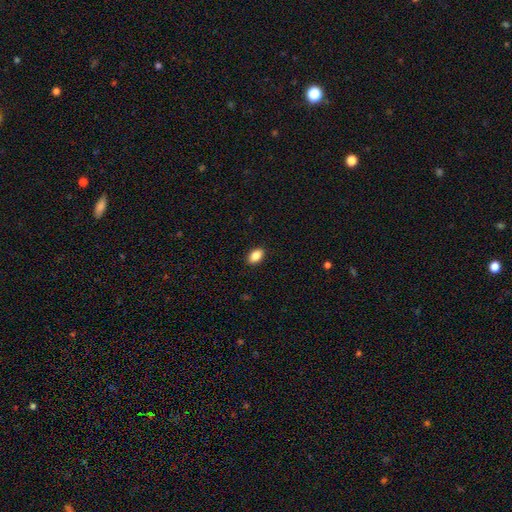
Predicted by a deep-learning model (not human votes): Smooth or featured? smooth (88%)
How rounded? in between (90%)
Merging? none (90%)